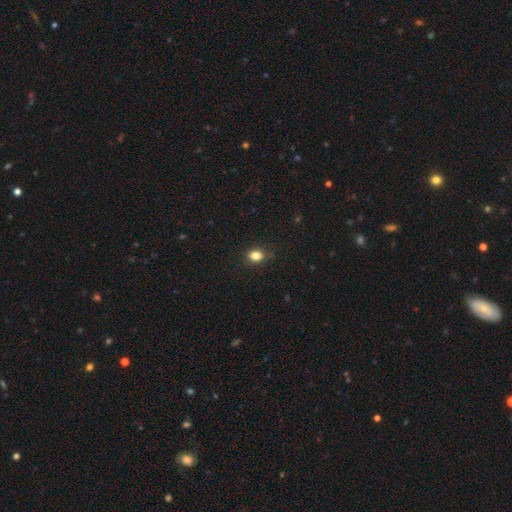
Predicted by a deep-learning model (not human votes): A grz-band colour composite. It shows a smooth galaxy with no disk features (84%) that is in between round and cigar-shaped (63%). Merging: none (83%).